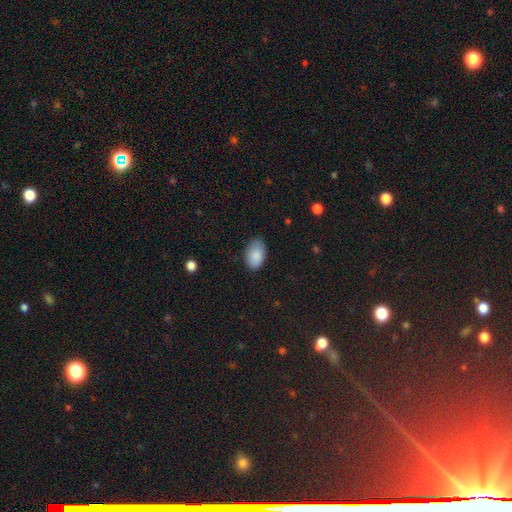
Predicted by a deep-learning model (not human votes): smooth-or-featured: smooth: 88% | star or artifact: 7% | featured or disk: 5%
  how-rounded: in between: 93% | round: 5% | cigar-shaped: 1%
  merging: none: 79% | minor disturbance: 17% | major disturbance: 3% | merger: 1%